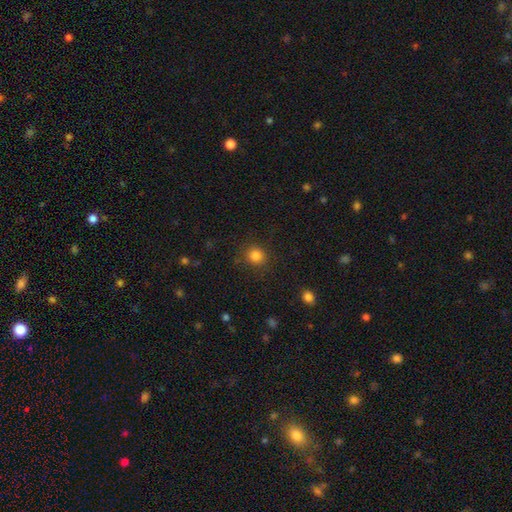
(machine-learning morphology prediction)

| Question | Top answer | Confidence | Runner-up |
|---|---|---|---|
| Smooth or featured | smooth | 83% | star or artifact (13%) |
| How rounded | round | 89% | in between (10%) |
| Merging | none | 86% | minor disturbance (9%) |